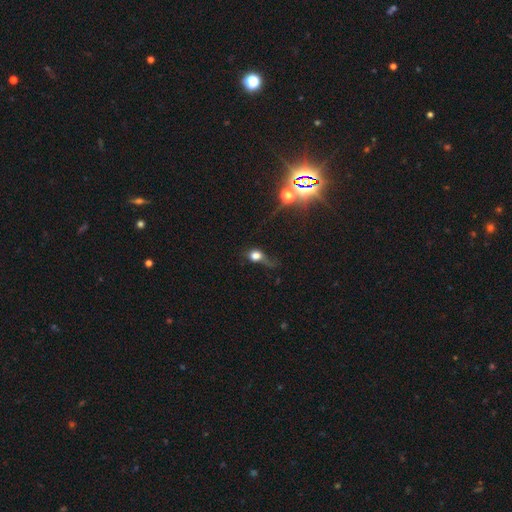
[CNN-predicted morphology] smooth_or_featured: smooth (p=0.63) [alt: featured or disk p=0.20]
how_rounded: round (p=0.62) [alt: in between p=0.34]
merging: major disturbance (p=0.45) [alt: none p=0.27]